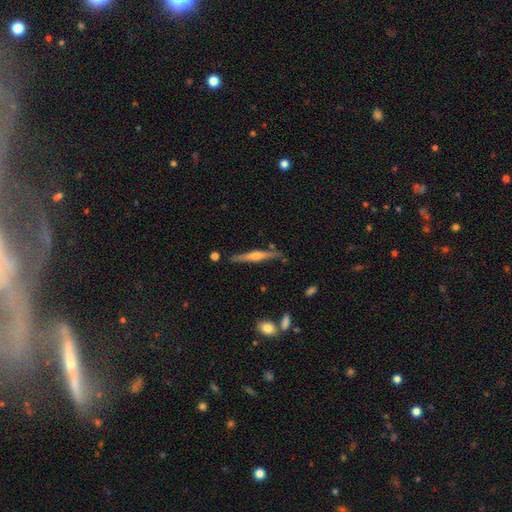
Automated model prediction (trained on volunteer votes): smooth-or-featured: featured or disk: 76% | smooth: 18% | star or artifact: 5%
  disk-edge-on: yes: 98% | no: 2%
    edge-on-bulge: rounded: 87% | boxy: 8% | none: 5%
  merging: none: 85% | minor disturbance: 10% | merger: 2% | major disturbance: 2%